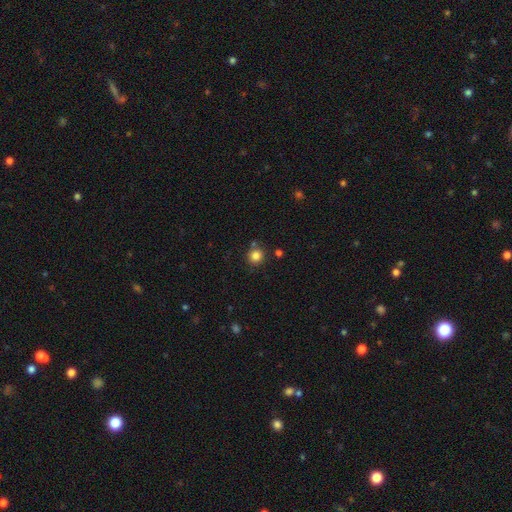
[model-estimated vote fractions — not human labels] Smooth or featured? smooth (83%)
How rounded? round (92%)
Merging? none (81%)